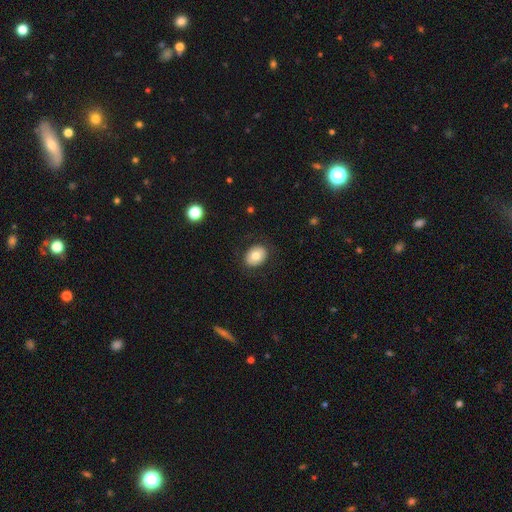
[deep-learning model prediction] Morphology: type=smooth (75%); roundness=in between (53%); merging=none (87%).